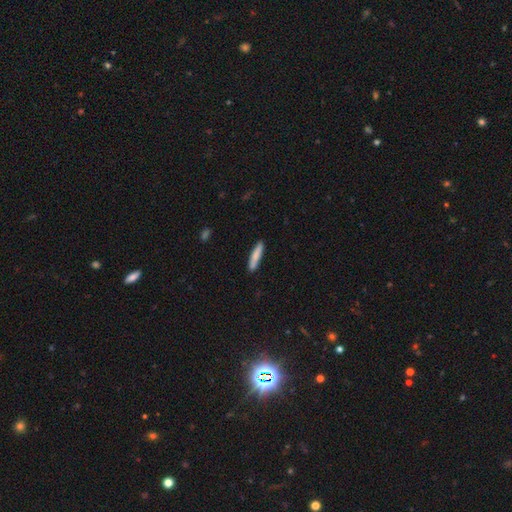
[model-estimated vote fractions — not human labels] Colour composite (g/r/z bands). It shows a smooth galaxy with no disk features (82%) that is cigar-shaped (89%). Merging: none (88%).